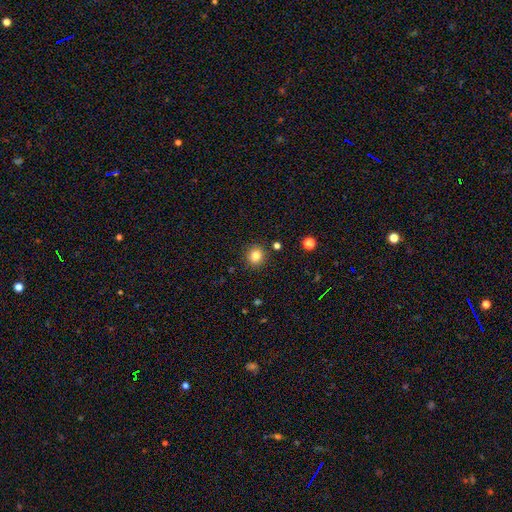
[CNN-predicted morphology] The model was most divided on "smooth or featured": smooth: 82%, star or artifact: 12%, featured or disk: 6%. More confident: how rounded — round (90%); merging — none (89%).